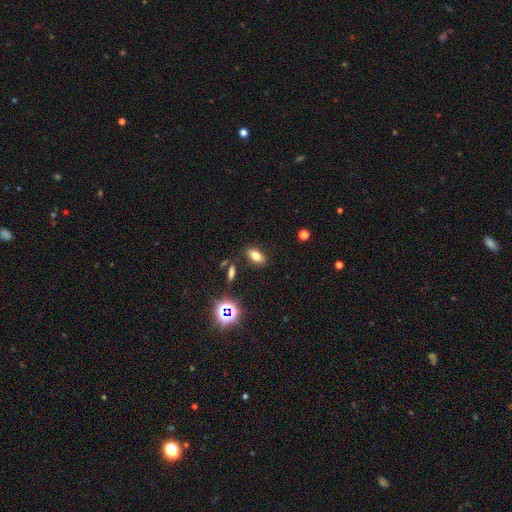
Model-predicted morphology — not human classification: Smooth or featured?
  - smooth: 72% *
  - star or artifact: 16%
  - featured or disk: 12%
How rounded?
  - in between: 83% *
  - round: 10%
  - cigar-shaped: 7%
Merging?
  - none: 84% *
  - minor disturbance: 10%
  - merger: 3%
  - major disturbance: 3%